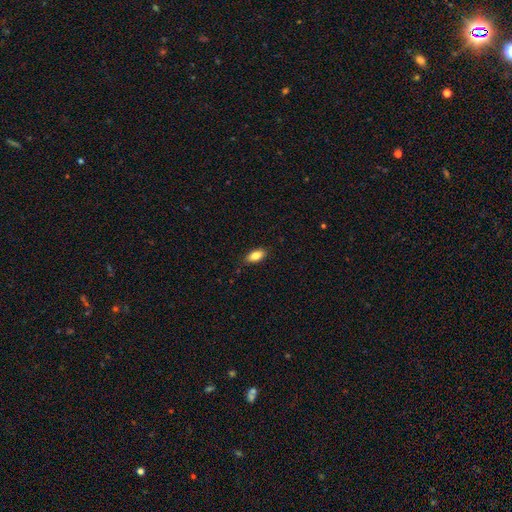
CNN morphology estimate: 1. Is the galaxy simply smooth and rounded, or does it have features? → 84% smooth, 8% featured or disk, 7% star or artifact.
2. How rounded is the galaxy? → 88% in between, 9% cigar-shaped, 3% round.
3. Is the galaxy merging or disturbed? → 85% none, 12% minor disturbance, 2% major disturbance, 1% merger.